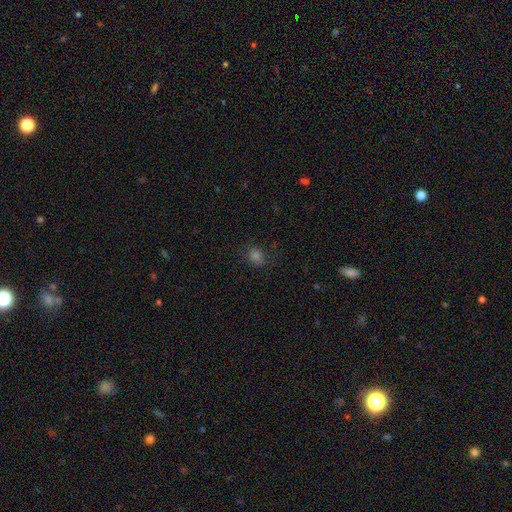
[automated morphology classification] Smooth or featured? smooth (71%)
How rounded? round (68%)
Merging? none (80%)